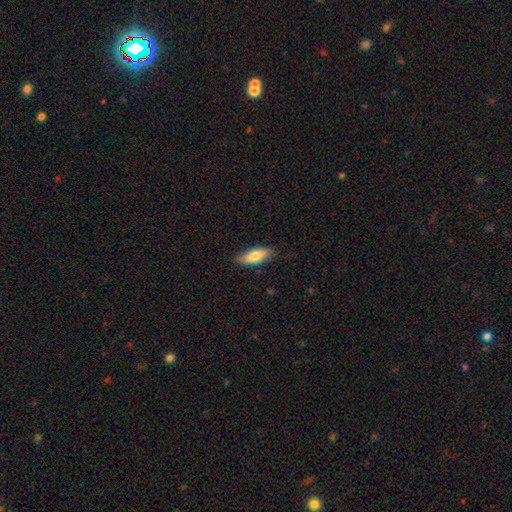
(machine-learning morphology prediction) smooth_or_featured: smooth (p=0.78) [alt: featured or disk p=0.16]
how_rounded: in between (p=0.71) [alt: cigar-shaped p=0.27]
merging: none (p=0.81) [alt: minor disturbance p=0.16]